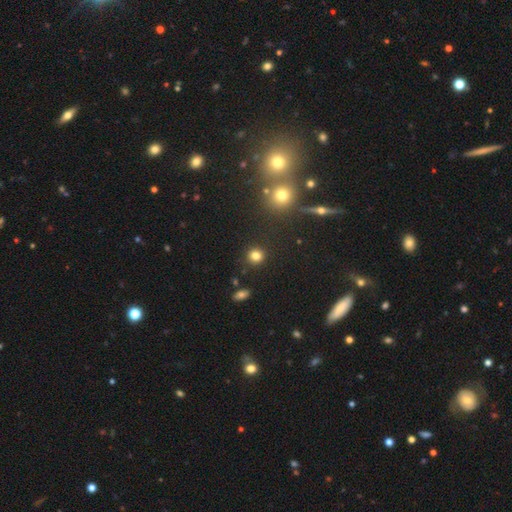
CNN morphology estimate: Overall: smooth (81%). How rounded: round (89%). Merging: none (89%).